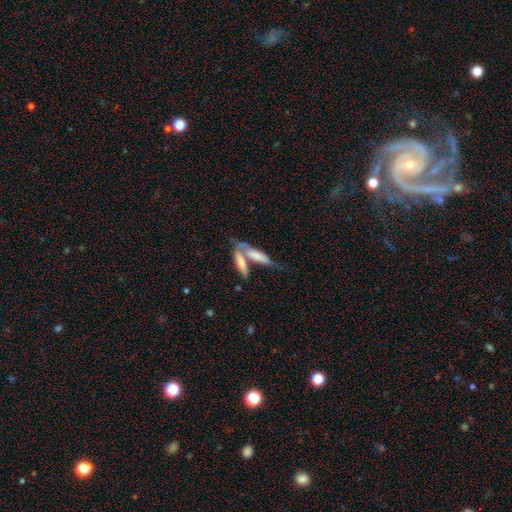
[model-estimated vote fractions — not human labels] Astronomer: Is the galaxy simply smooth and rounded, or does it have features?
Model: smooth — 67%.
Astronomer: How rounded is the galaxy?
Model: cigar-shaped — 58% (runner-up: in between, 40%).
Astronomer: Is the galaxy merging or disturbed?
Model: merger — 60%.